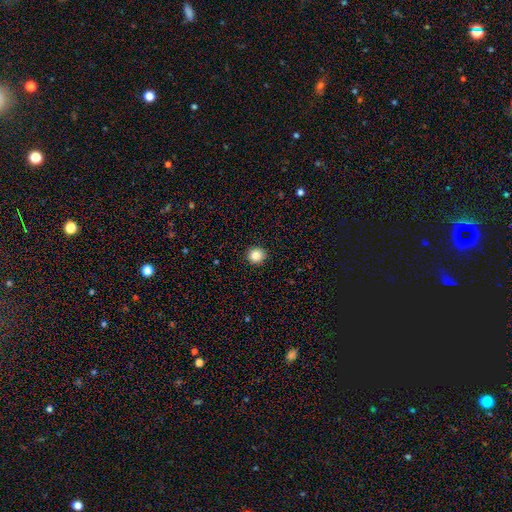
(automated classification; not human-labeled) smooth-or-featured: smooth: 85% | star or artifact: 10% | featured or disk: 5%
  how-rounded: round: 93% | in between: 6% | cigar-shaped: 1%
  merging: none: 93% | minor disturbance: 5% | major disturbance: 2% | merger: 1%